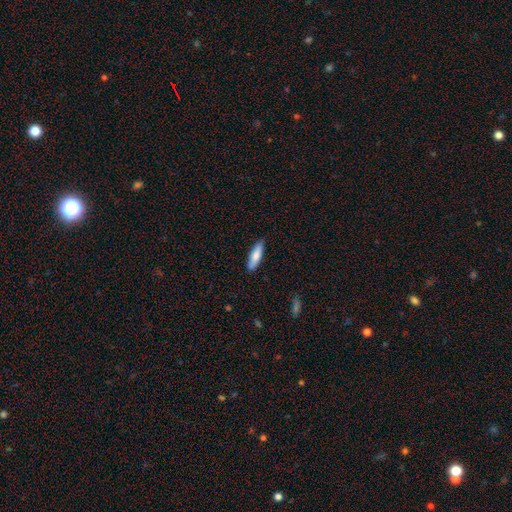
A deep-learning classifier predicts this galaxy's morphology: Smooth or featured? Predicted: smooth (p=0.79). How rounded? Predicted: cigar-shaped (p=0.62). Merging? Predicted: none (p=0.85).